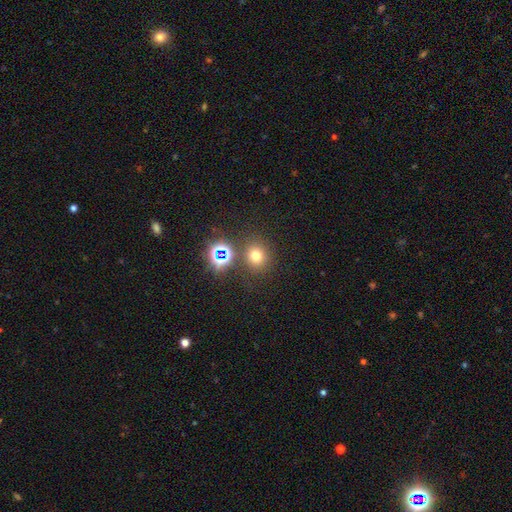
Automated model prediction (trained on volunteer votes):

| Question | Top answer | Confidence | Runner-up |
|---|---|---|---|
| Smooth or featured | smooth | 67% | star or artifact (26%) |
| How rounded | round | 83% | in between (16%) |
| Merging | none | 81% | merger (8%) |